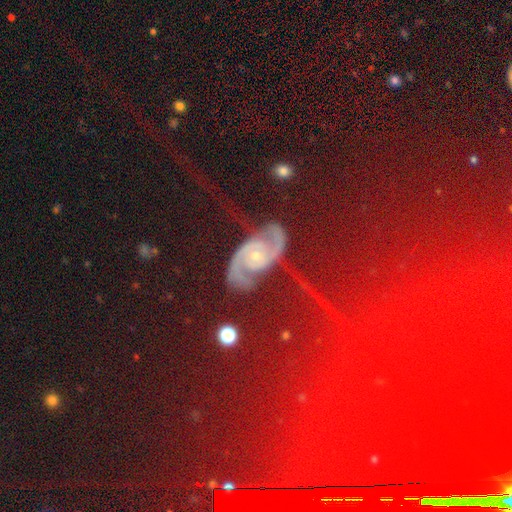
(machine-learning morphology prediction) smooth-or-featured: featured or disk: 77% | star or artifact: 15% | smooth: 8%
  disk-edge-on: no: 97% | yes: 3%
    bar: no: 72% | weak: 21% | strong: 7%
    has-spiral-arms: yes: 96% | no: 4%
      spiral-winding: medium: 50% | tight: 32% | loose: 17%
      spiral-arm-count: 2: 93% | can't tell: 2% | 3: 1% | 1: 1% | 4: 1% | more than 4: 1%
    bulge-size: small: 55% | moderate: 39% | large: 2% | none: 2% | dominant: 2%
  merging: none: 76% | minor disturbance: 14% | major disturbance: 7% | merger: 3%